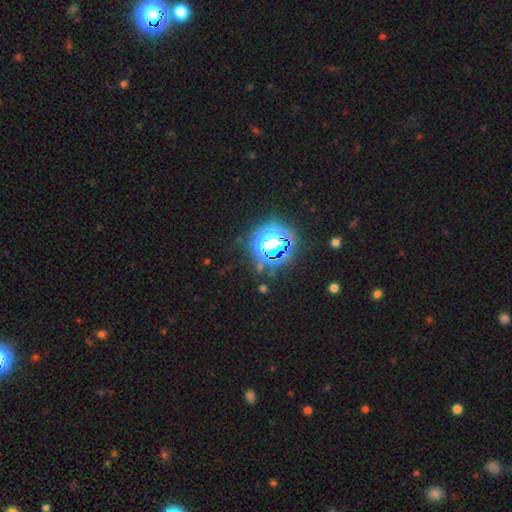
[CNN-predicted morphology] A star or artifact, not a galaxy (83%).